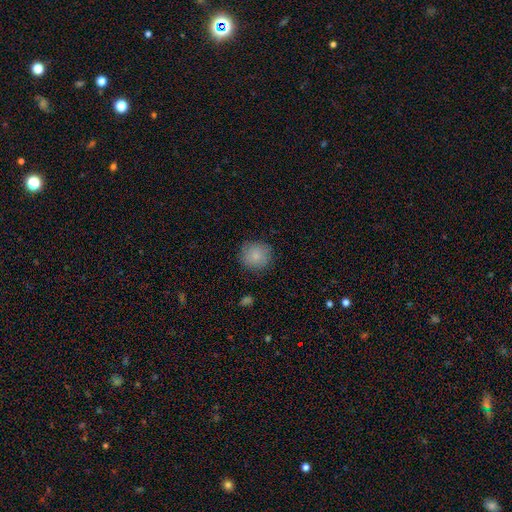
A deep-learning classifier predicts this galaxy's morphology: This is clearly a smooth galaxy (84%). How rounded: clearly round (91%). Merging: clearly none (84%).